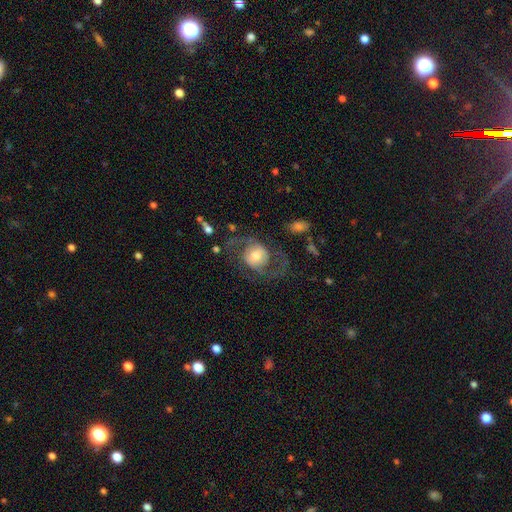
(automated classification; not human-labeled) Smooth or featured?
  - featured or disk: 62% *
  - smooth: 32%
  - star or artifact: 7%
Edge-on disk?
  - no: 96% *
  - yes: 4%
Bar?
  - no: 58% *
  - weak: 32%
  - strong: 10%
Spiral arms?
  - yes: 73% *
  - no: 27%
Bulge size?
  - moderate: 61% *
  - large: 19%
  - small: 16%
  - dominant: 3%
  - none: 2%
Merging?
  - none: 57% *
  - major disturbance: 25%
  - minor disturbance: 16%
  - merger: 3%